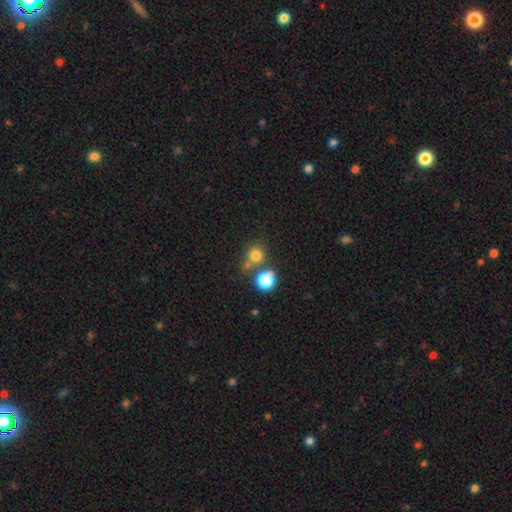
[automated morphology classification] smooth_or_featured: smooth (p=0.76) [alt: star or artifact p=0.16]
how_rounded: round (p=0.89) [alt: in between p=0.10]
merging: none (p=0.59) [alt: merger p=0.29]